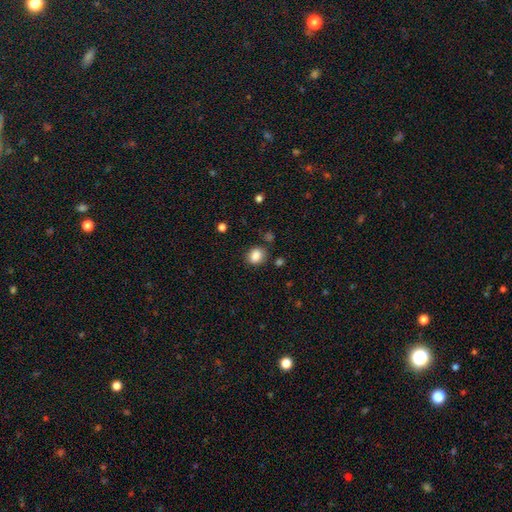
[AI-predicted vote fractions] A smooth galaxy with no disk features (86%) that is round (57%). Merging: none (80%).